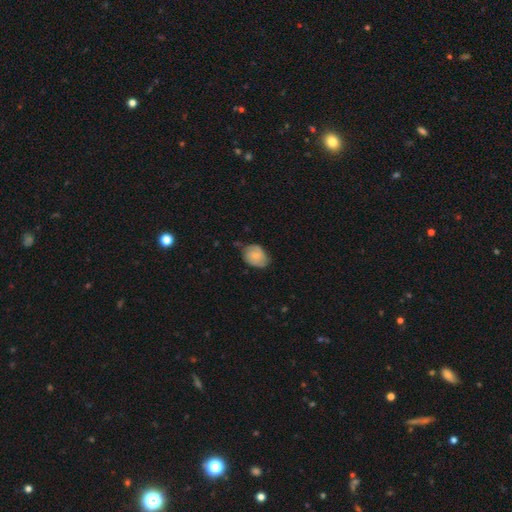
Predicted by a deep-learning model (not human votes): Smooth or featured? smooth (58%)
How rounded? in between (67%)
Merging? none (61%)